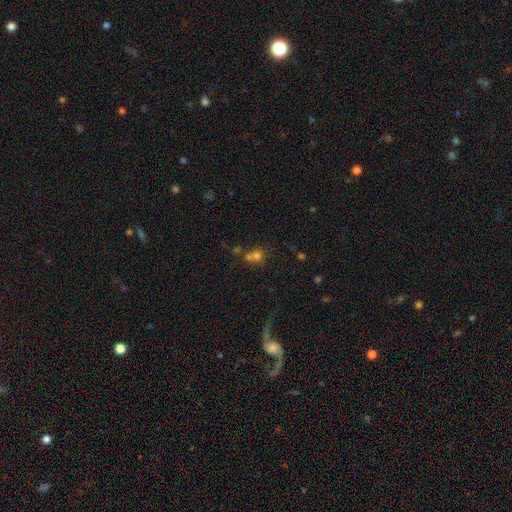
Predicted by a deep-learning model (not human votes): Smooth or featured? Predicted: smooth (p=0.63). How rounded? Predicted: round (p=0.82). Merging? Predicted: merger (p=0.47).